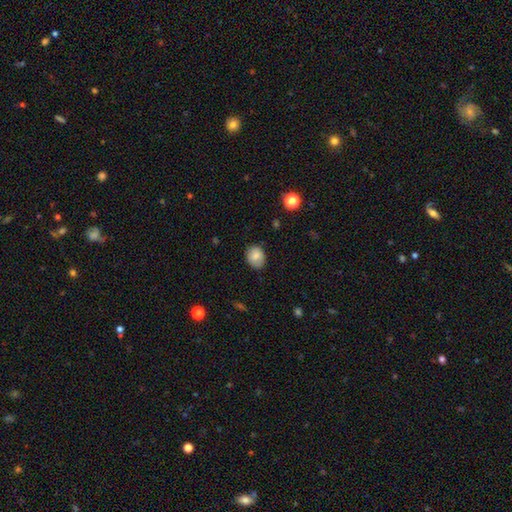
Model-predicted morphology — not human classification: This appears to be a smooth galaxy with no disk features (82%) that is round (53%). Merging: none (79%).